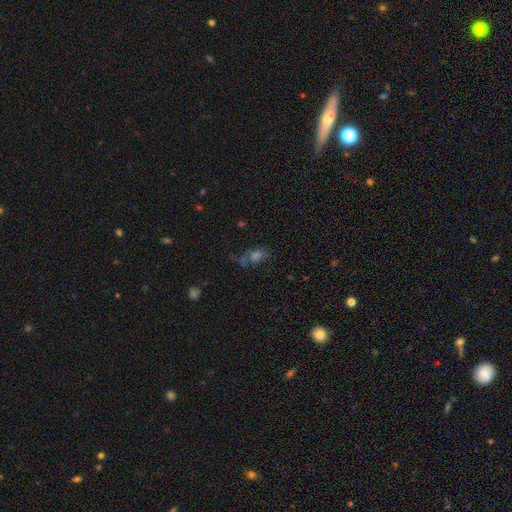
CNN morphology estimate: Smooth or featured?
  - smooth: 45% *
  - star or artifact: 32%
  - featured or disk: 23%
Merging?
  - none: 55% *
  - minor disturbance: 21%
  - major disturbance: 16%
  - merger: 8%